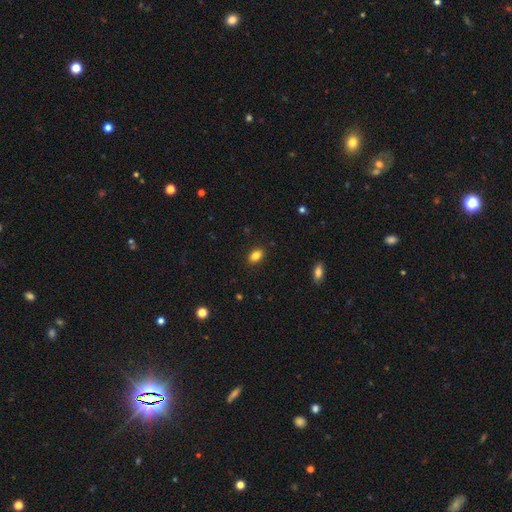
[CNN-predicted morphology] This appears to be a smooth galaxy with no disk features (84%) that is in between round and cigar-shaped (85%). Merging: none (88%).